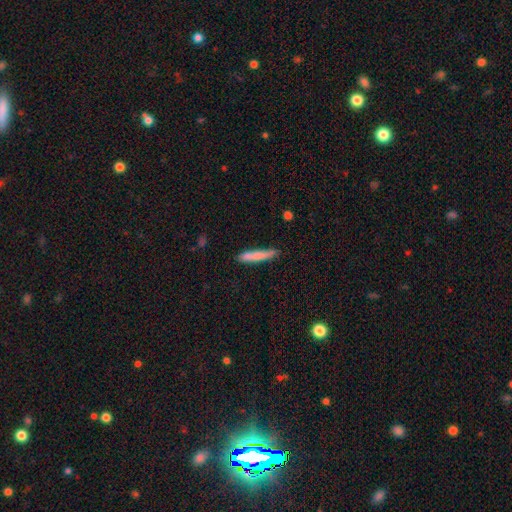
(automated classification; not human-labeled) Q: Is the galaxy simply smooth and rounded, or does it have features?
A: smooth — 77%.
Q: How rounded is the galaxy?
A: cigar-shaped — 93%.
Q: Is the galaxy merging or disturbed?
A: none — 74%.